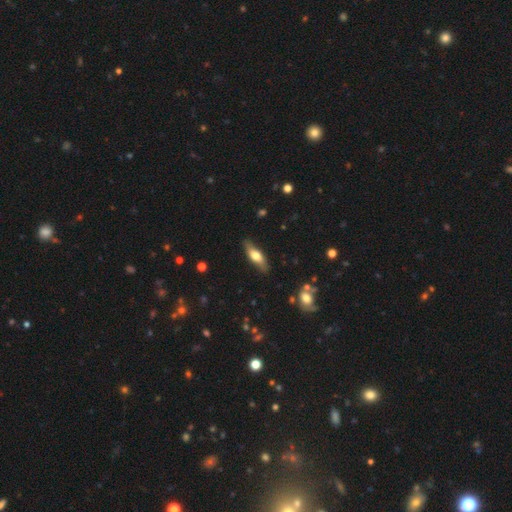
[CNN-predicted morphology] The model was most divided on "how rounded": in between: 55%, cigar-shaped: 42%, round: 3%. More confident: merging — none (82%); smooth or featured — smooth (59%).